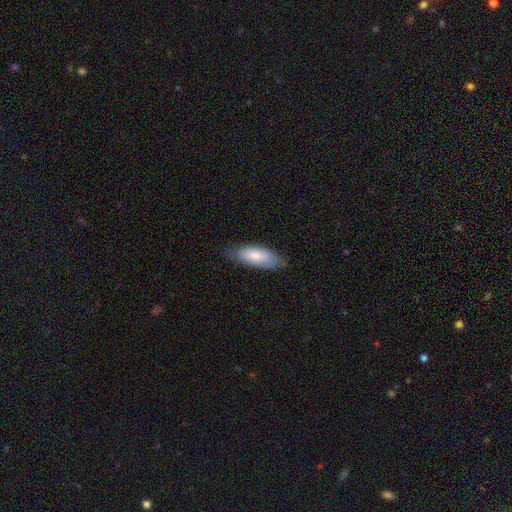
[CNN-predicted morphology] The model was most divided on "how rounded": in between: 69%, cigar-shaped: 29%, round: 2%. More confident: smooth or featured — smooth (78%); merging — none (75%).